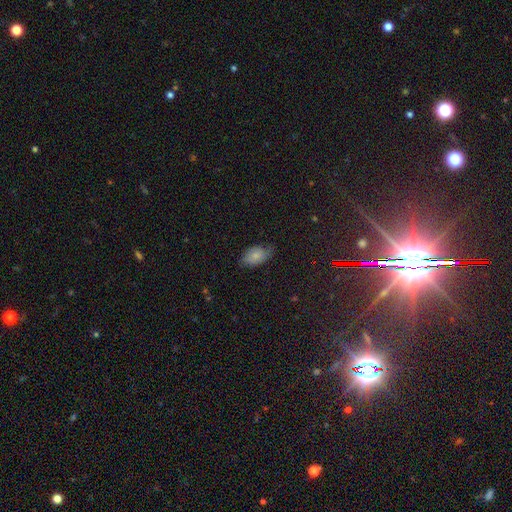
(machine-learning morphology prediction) Q: Smooth or featured?
A: smooth (70%); runner-up: featured or disk (21%)
Q: How rounded?
A: in between (91%); runner-up: round (7%)
Q: Merging?
A: none (62%); runner-up: minor disturbance (29%)